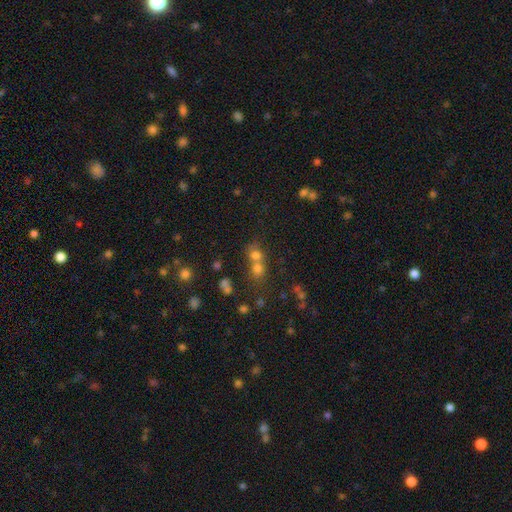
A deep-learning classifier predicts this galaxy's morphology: Smooth or featured?
  - smooth: 68% *
  - star or artifact: 18%
  - featured or disk: 13%
How rounded?
  - round: 75% *
  - in between: 24%
  - cigar-shaped: 2%
Merging?
  - merger: 59% *
  - none: 32%
  - minor disturbance: 6%
  - major disturbance: 3%